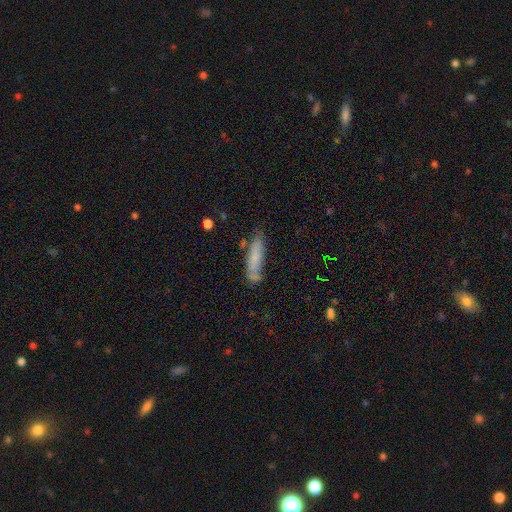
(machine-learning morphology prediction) This is likely a smooth galaxy (68%). How rounded: likely cigar-shaped (68%). Merging: likely none (63%).